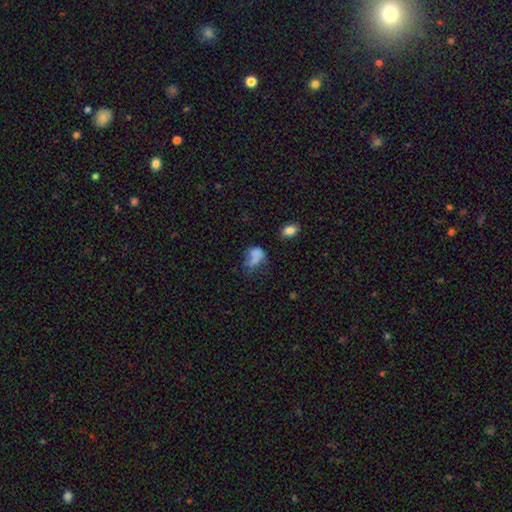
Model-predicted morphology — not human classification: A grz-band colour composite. It shows a smooth galaxy with no disk features (63%) that is in between round and cigar-shaped (75%). Merging: major disturbance (34%).